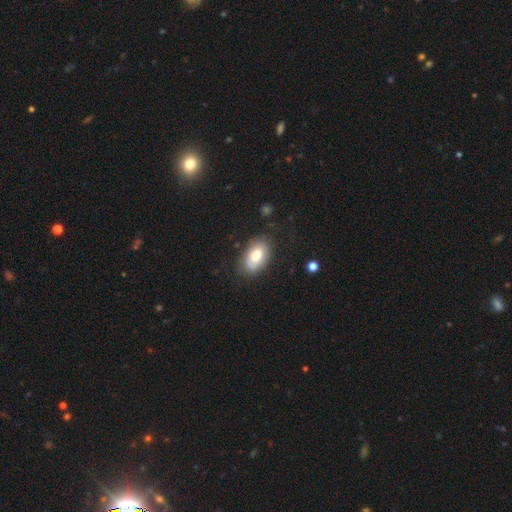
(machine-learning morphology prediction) This appears to be a smooth galaxy with no disk features (76%) that is in between round and cigar-shaped (92%). Merging: none (77%).